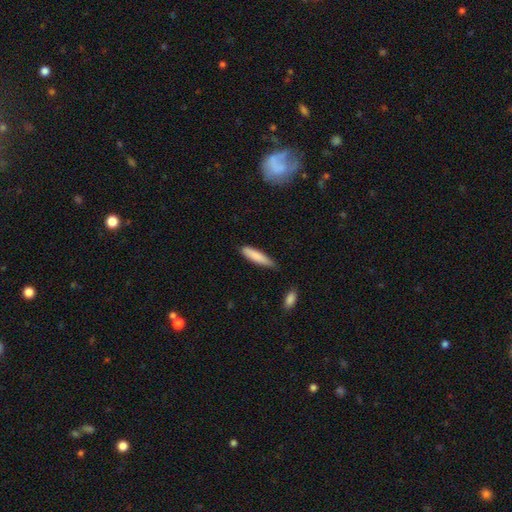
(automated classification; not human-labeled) smooth_or_featured: smooth (p=0.84) [alt: featured or disk p=0.10]
how_rounded: cigar-shaped (p=0.79) [alt: in between p=0.20]
merging: none (p=0.74) [alt: minor disturbance p=0.21]